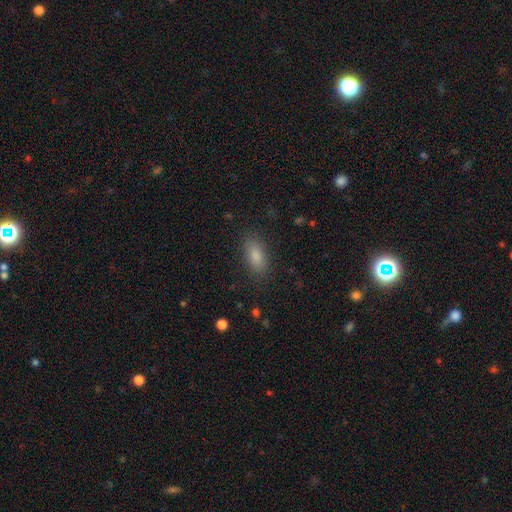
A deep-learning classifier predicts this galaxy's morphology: smooth-or-featured: smooth: 81% | star or artifact: 11% | featured or disk: 7%
  how-rounded: in between: 82% | cigar-shaped: 13% | round: 5%
  merging: none: 87% | minor disturbance: 9% | major disturbance: 3% | merger: 1%